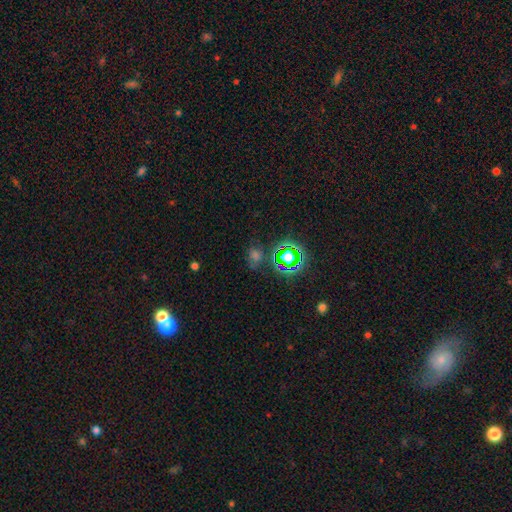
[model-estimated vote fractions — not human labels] star or artifact 60%, smooth 29%, featured or disk 11%.